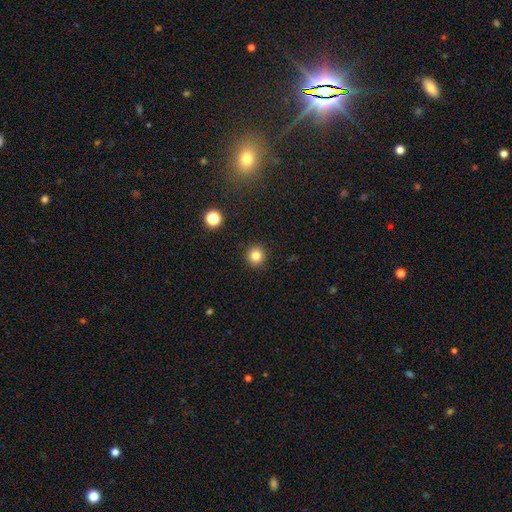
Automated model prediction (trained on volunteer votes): This is clearly a smooth galaxy (82%). How rounded: clearly round (94%). Merging: clearly none (92%).